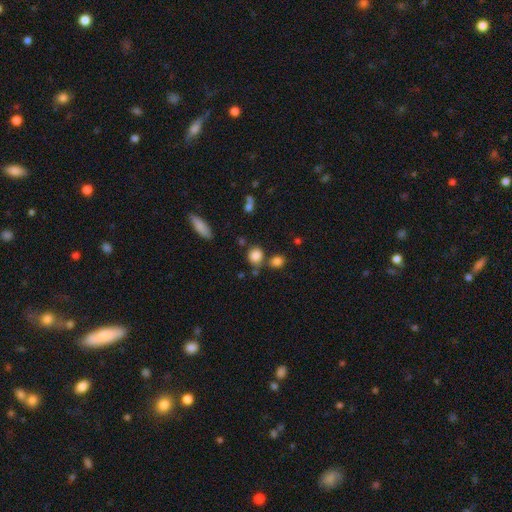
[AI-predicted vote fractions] Smooth or featured? smooth (84%)
How rounded? round (69%)
Merging? none (66%)